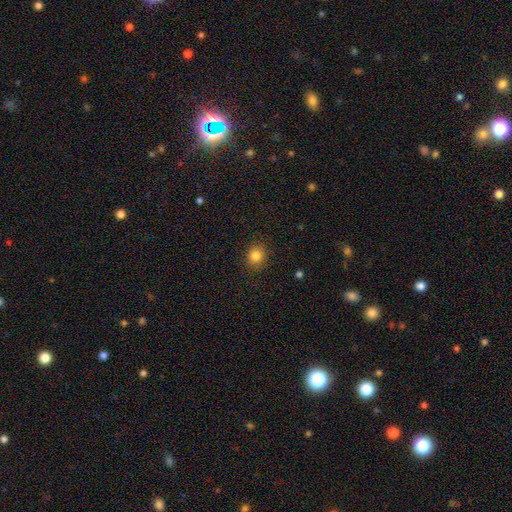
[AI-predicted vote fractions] This appears to be a smooth galaxy with no disk features (83%) that is round (80%). Merging: none (89%).